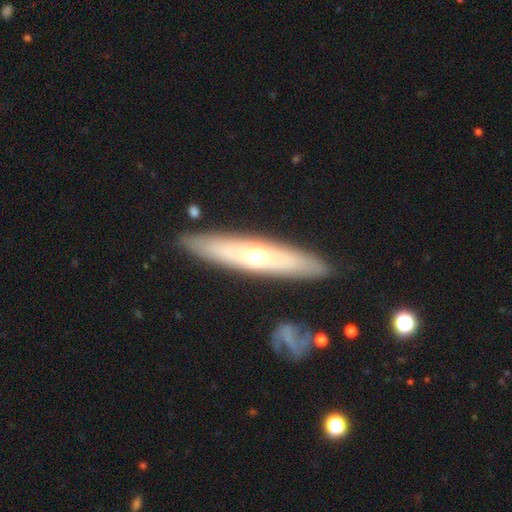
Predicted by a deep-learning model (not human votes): A featured or disk galaxy (54%) viewed edge-on (73%). Merging: none (88%).